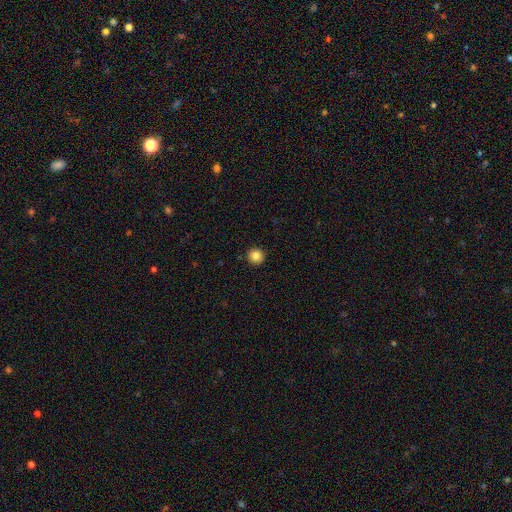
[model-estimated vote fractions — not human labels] Q: Smooth or featured?
A: smooth (85%); runner-up: star or artifact (10%)
Q: How rounded?
A: round (95%); runner-up: in between (4%)
Q: Merging?
A: none (93%); runner-up: minor disturbance (5%)